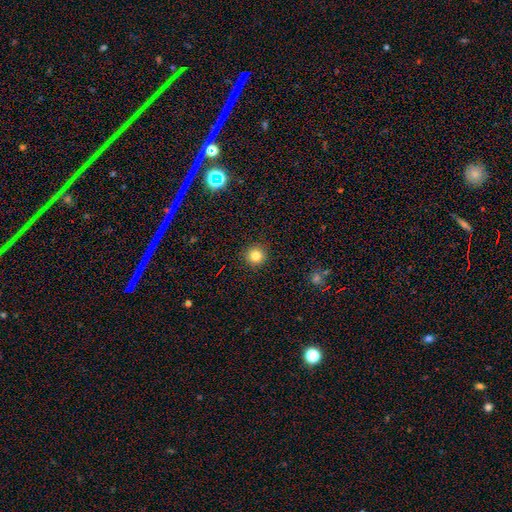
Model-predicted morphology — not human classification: A smooth galaxy with no disk features (82%) that is round (95%). Merging: none (92%).